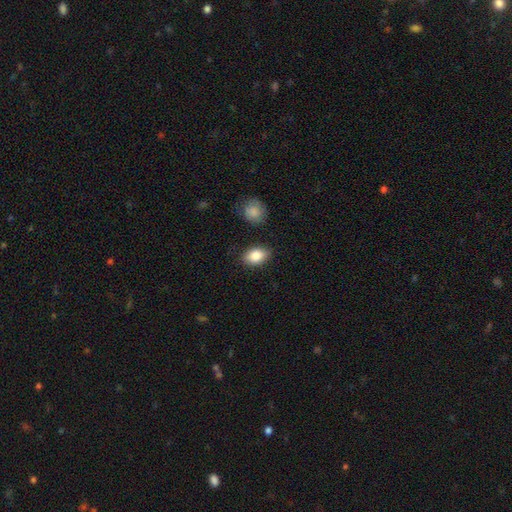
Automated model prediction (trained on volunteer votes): The model was most divided on "how rounded": in between: 86%, round: 13%, cigar-shaped: 2%. More confident: smooth or featured — smooth (85%); merging — none (84%).